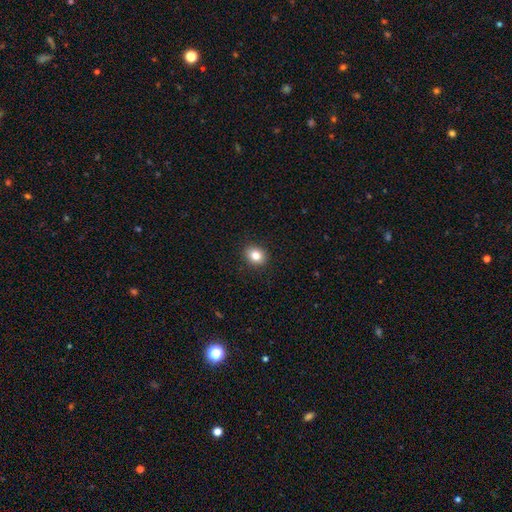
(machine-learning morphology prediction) The model was most divided on "how rounded": round: 61%, in between: 38%, cigar-shaped: 1%. More confident: merging — none (91%); smooth or featured — smooth (82%).